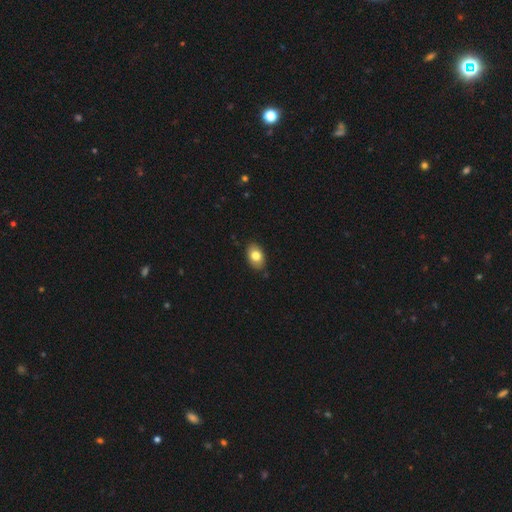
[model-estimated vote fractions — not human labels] This appears to be a smooth galaxy with no disk features (80%) that is in between round and cigar-shaped (85%). Merging: none (85%).